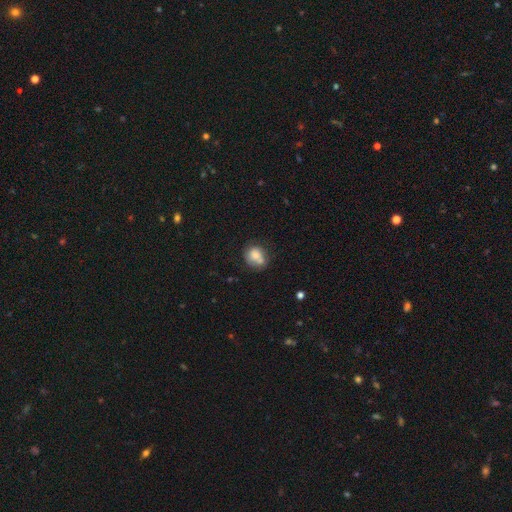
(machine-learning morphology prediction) smooth-or-featured: smooth: 76% | featured or disk: 15% | star or artifact: 9%
  how-rounded: round: 65% | in between: 34% | cigar-shaped: 1%
  merging: none: 46% | merger: 23% | minor disturbance: 22% | major disturbance: 8%